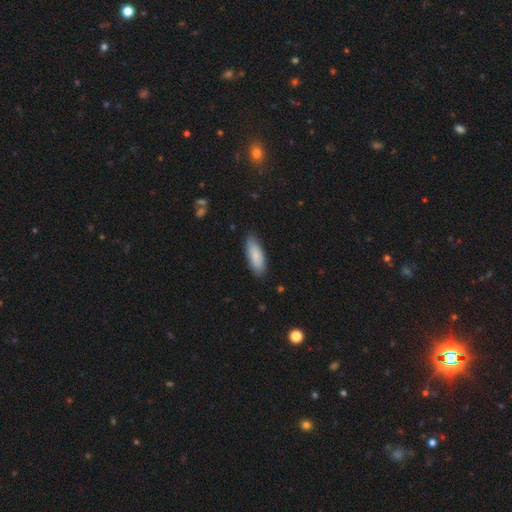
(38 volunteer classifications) Smooth or featured: smooth — 79% (featured or disk — 16%)
How rounded: in between — 67% (cigar-shaped — 33%)
Merging: none — 75% (minor disturbance — 22%)